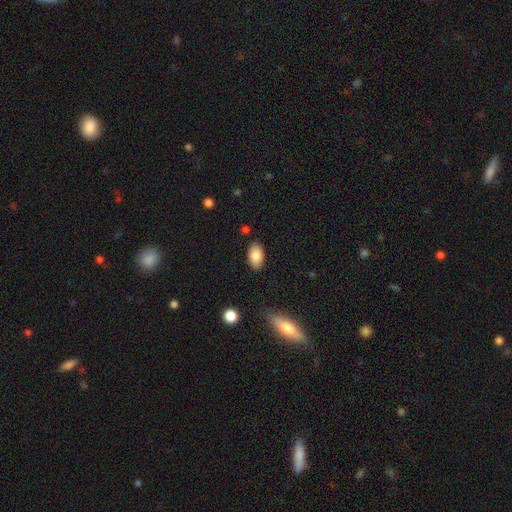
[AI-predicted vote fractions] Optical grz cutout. It shows a smooth galaxy with no disk features (86%) that is in between round and cigar-shaped (94%). Merging: none (86%).